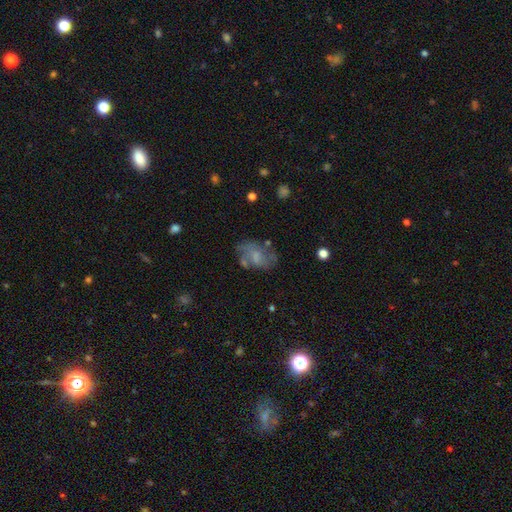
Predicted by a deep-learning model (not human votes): This appears to be a featured or disk galaxy (47%). Merging: none (48%).